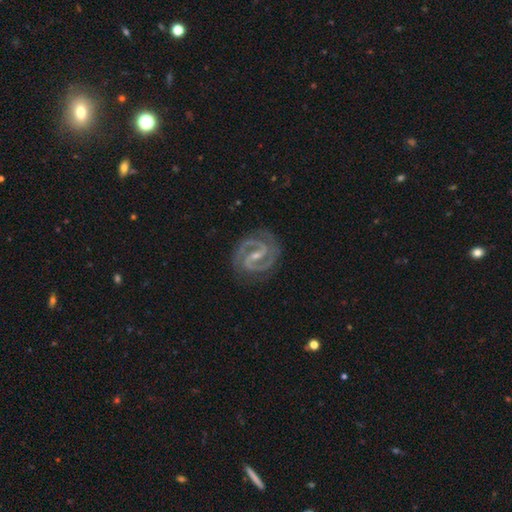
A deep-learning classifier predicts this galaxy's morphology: Q: Smooth or featured?
A: featured or disk (94%); runner-up: star or artifact (4%)
Q: Edge-on disk?
A: no (98%); runner-up: yes (2%)
Q: Bar?
A: strong (47%); runner-up: weak (40%)
Q: Spiral arms?
A: yes (99%); runner-up: no (1%)
Q: Spiral winding?
A: medium (50%); runner-up: tight (45%)
Q: Spiral arm count?
A: 2 (93%); runner-up: 3 (2%)
Q: Bulge size?
A: small (66%); runner-up: moderate (27%)
Q: Merging?
A: none (84%); runner-up: minor disturbance (12%)